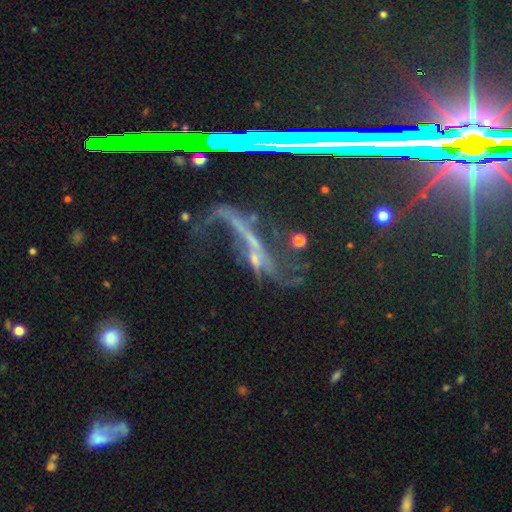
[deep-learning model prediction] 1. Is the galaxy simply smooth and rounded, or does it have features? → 62% featured or disk, 22% star or artifact, 16% smooth.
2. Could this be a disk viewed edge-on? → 77% no, 23% yes.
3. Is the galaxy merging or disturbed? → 43% major disturbance, 26% none, 19% merger, 13% minor disturbance.